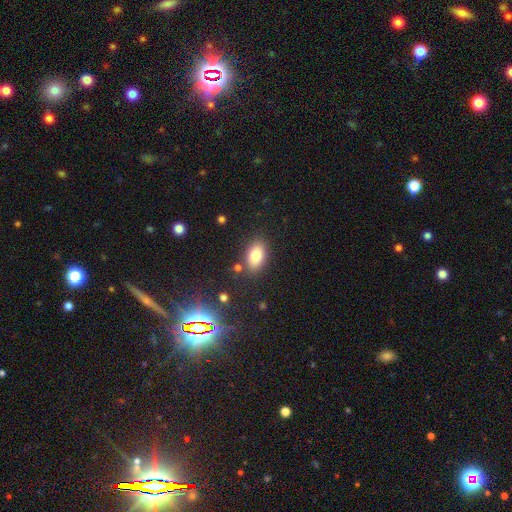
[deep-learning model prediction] smooth-or-featured: smooth: 80% | featured or disk: 10% | star or artifact: 10%
  how-rounded: in between: 89% | round: 9% | cigar-shaped: 2%
  merging: none: 81% | minor disturbance: 11% | merger: 4% | major disturbance: 3%